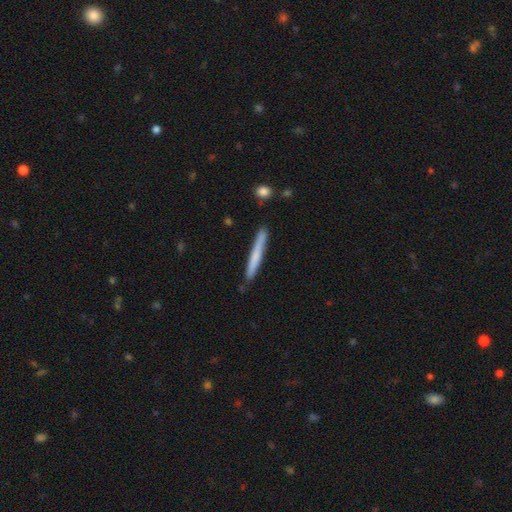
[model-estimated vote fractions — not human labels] smooth-or-featured: smooth: 65% | featured or disk: 29% | star or artifact: 6%
  how-rounded: cigar-shaped: 97% | in between: 2% | round: 1%
  merging: none: 85% | minor disturbance: 11% | merger: 2% | major disturbance: 2%